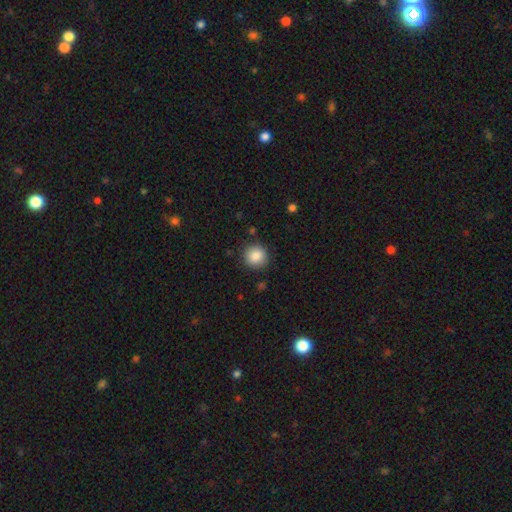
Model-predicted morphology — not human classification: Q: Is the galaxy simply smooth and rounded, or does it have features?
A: smooth — 86%.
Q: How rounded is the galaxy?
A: round — 92%.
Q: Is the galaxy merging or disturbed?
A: none — 88%.